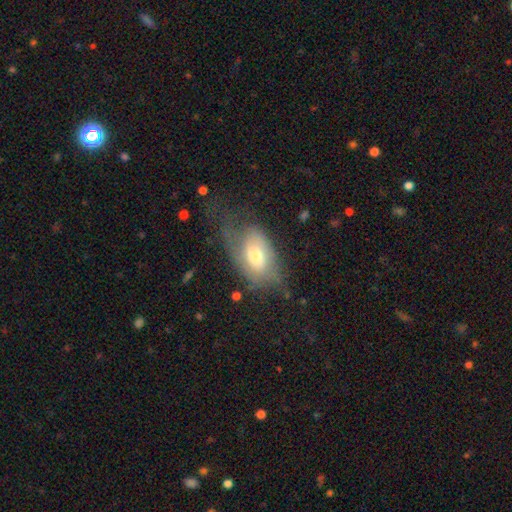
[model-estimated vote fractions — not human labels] smooth-or-featured: smooth: 54% | featured or disk: 38% | star or artifact: 8%
  how-rounded: in between: 90% | round: 7% | cigar-shaped: 3%
  merging: none: 37% | major disturbance: 31% | minor disturbance: 30% | merger: 2%